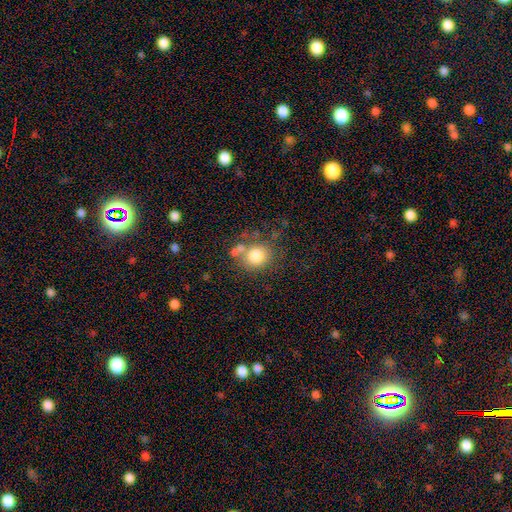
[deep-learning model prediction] Smooth or featured? Predicted: smooth (p=0.78). How rounded? Predicted: round (p=0.80). Merging? Predicted: none (p=0.60).